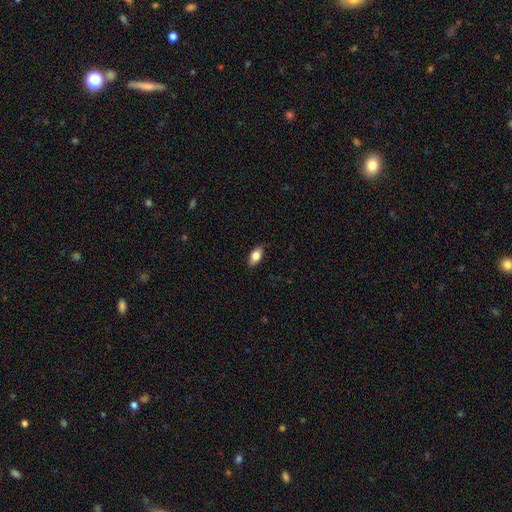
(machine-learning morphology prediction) Smooth or featured? Predicted: smooth (p=0.80). How rounded? Predicted: in between (p=0.89). Merging? Predicted: none (p=0.85).